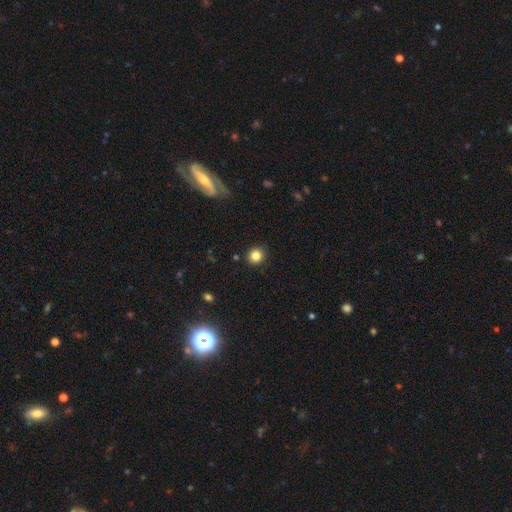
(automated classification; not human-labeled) Smooth or featured: smooth — 83% (star or artifact — 11%)
How rounded: round — 90% (in between — 9%)
Merging: none — 91% (minor disturbance — 6%)